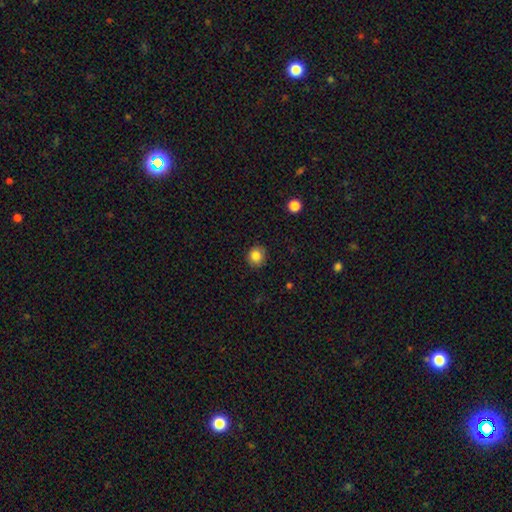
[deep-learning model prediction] Morphology: type=smooth (84%); roundness=round (86%); merging=none (88%).